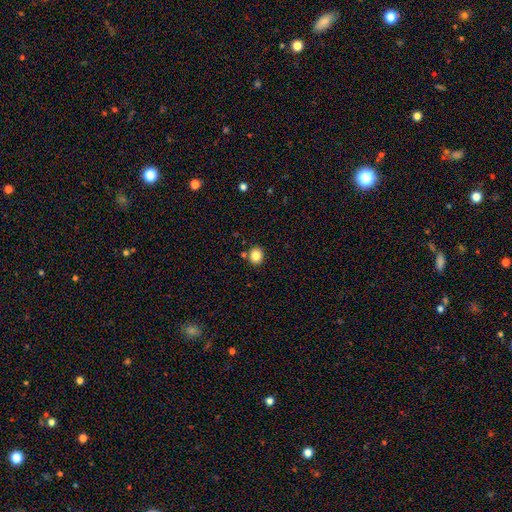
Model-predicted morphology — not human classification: This appears to be a smooth galaxy with no disk features (84%) that is round (81%). Merging: none (84%).